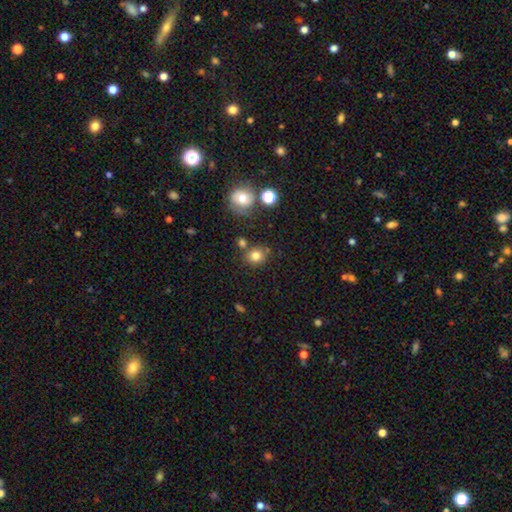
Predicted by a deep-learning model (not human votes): smooth-or-featured: smooth: 79% | star or artifact: 13% | featured or disk: 8%
  how-rounded: round: 76% | in between: 23% | cigar-shaped: 1%
  merging: none: 73% | minor disturbance: 12% | merger: 10% | major disturbance: 4%